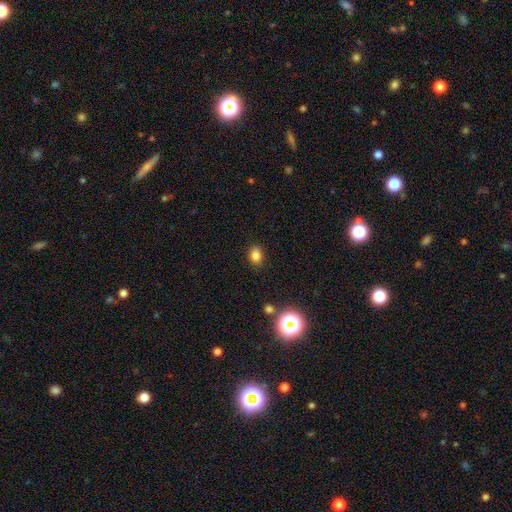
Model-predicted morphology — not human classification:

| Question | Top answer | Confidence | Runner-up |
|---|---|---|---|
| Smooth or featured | smooth | 80% | star or artifact (14%) |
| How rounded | in between | 69% | round (29%) |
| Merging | none | 85% | minor disturbance (11%) |